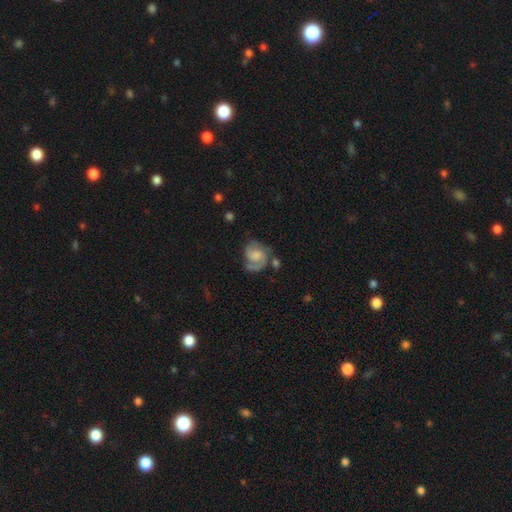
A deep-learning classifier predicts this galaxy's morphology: smooth_or_featured: featured or disk (p=0.74) [alt: smooth p=0.19]
disk_edge_on: no (p=0.98) [alt: yes p=0.02]
bar: no (p=0.55) [alt: weak p=0.38]
has_spiral_arms: yes (p=0.94) [alt: no p=0.06]
spiral_winding: medium (p=0.47) [alt: tight p=0.35]
spiral_arm_count: 2 (p=0.74) [alt: 1 p=0.14]
bulge_size: moderate (p=0.29) [tied with: none p=0.29]
merging: none (p=0.56) [alt: minor disturbance p=0.23]